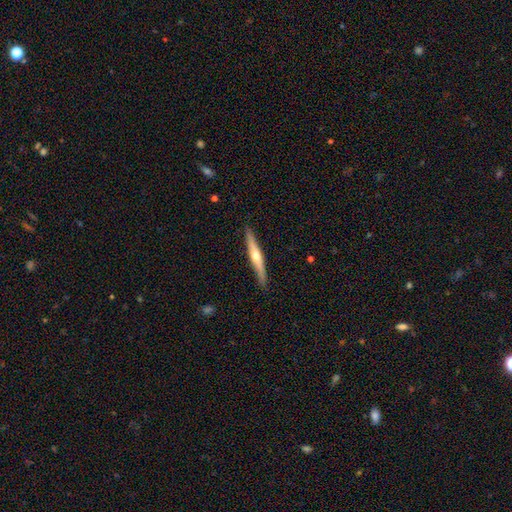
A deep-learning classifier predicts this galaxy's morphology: A featured or disk galaxy (65%) viewed edge-on (96%) with a rounded central bulge (88%).

Vote fractions:
- Smooth or featured? featured or disk: 65% / smooth: 30% / star or artifact: 5%
- Edge-on disk? yes: 96% / no: 4%
- Edge-on bulge? rounded: 88% / none: 8% / boxy: 3%
- Merging? none: 89% / minor disturbance: 9% / major disturbance: 2% / merger: 1%